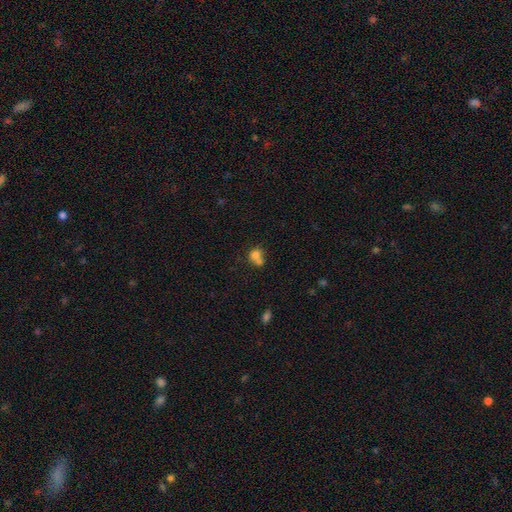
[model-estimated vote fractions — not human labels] The model was most divided on "merging": merger: 54%, none: 32%, minor disturbance: 10%, major disturbance: 5%. More confident: smooth or featured — smooth (74%); how rounded — round (68%).